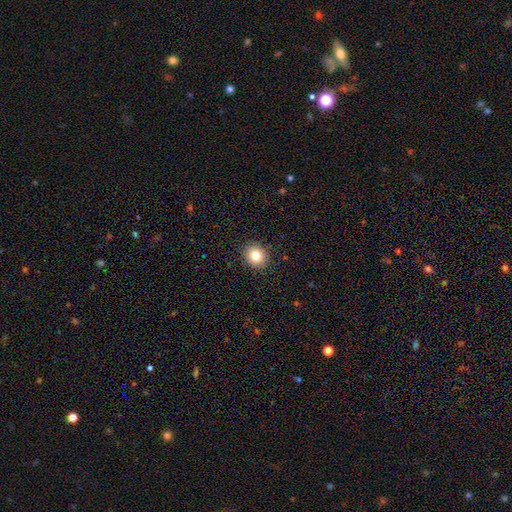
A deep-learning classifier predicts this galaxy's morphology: Overall: smooth (81%). How rounded: round (81%). Merging: none (91%).